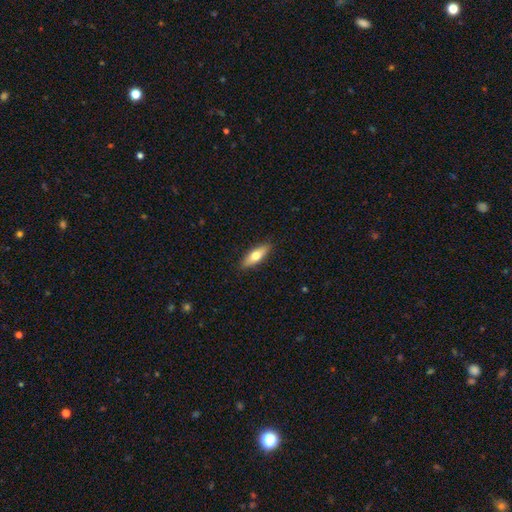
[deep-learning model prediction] This is likely a smooth galaxy (63%). How rounded: possibly in between (53%). Merging: clearly none (89%).